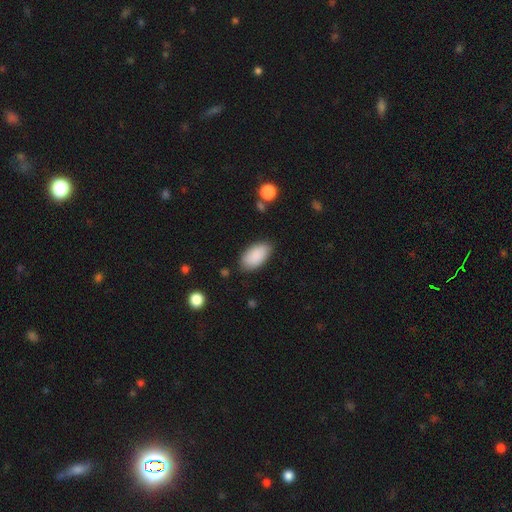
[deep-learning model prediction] Overall: smooth (89%). How rounded: in between (95%). Merging: none (83%).